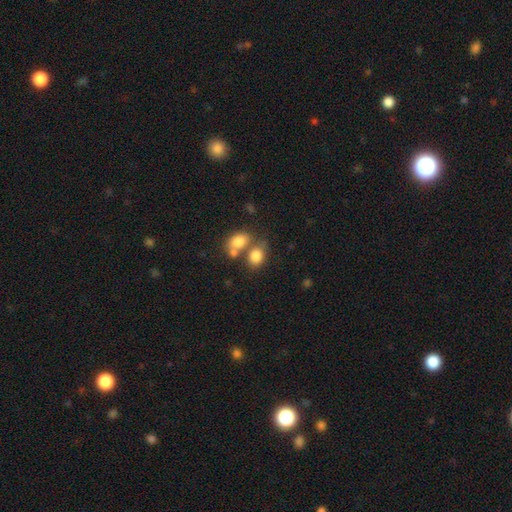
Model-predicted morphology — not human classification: The model was most divided on "merging": none: 43%, merger: 40%, minor disturbance: 11%, major disturbance: 6%. More confident: smooth or featured — smooth (81%); how rounded — in between (61%).